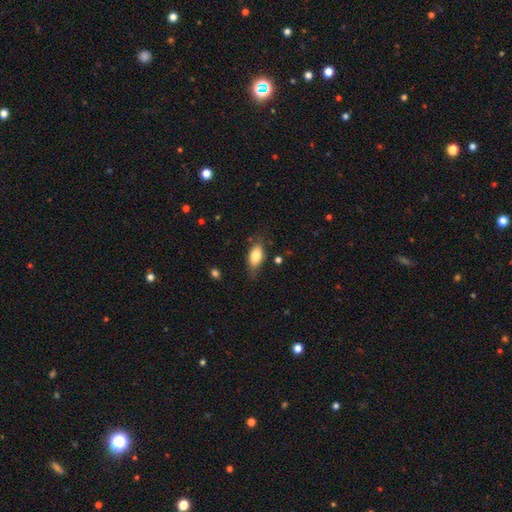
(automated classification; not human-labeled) smooth-or-featured: smooth: 78% | featured or disk: 15% | star or artifact: 7%
  how-rounded: in between: 86% | cigar-shaped: 9% | round: 4%
  merging: none: 70% | minor disturbance: 23% | major disturbance: 6% | merger: 2%